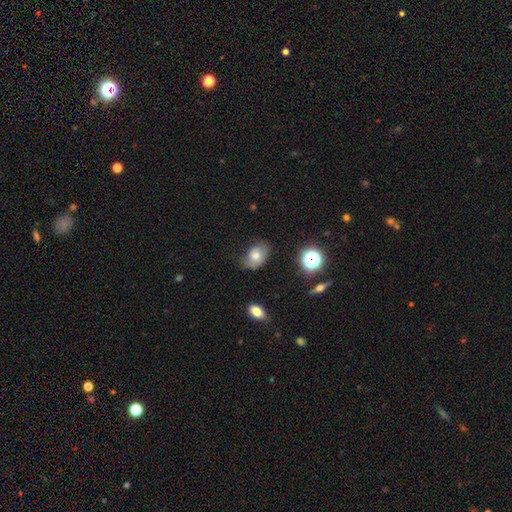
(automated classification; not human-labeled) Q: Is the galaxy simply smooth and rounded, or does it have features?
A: smooth — 70%.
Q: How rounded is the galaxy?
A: in between — 81%.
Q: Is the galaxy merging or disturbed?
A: none — 56%.